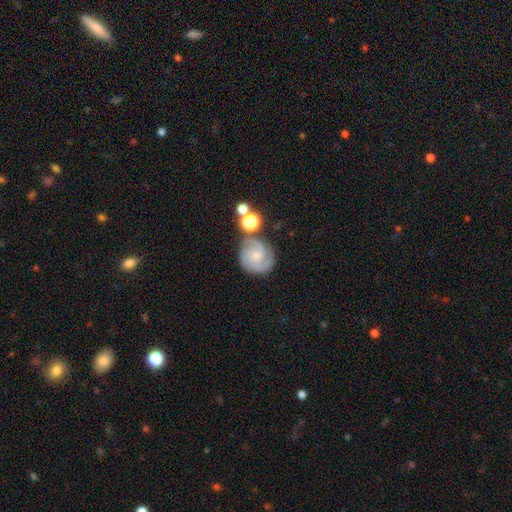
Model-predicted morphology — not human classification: A featured or disk galaxy (74%) with no bar (69%), 2 (48%) tight (57%) spiral arms (95%) and a small central bulge (59%). Merging: none (66%).